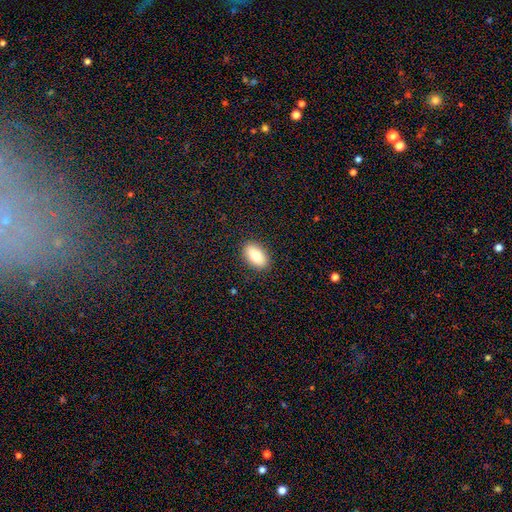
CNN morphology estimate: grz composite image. It shows a smooth galaxy with no disk features (82%) that is in between round and cigar-shaped (93%). Merging: none (88%).